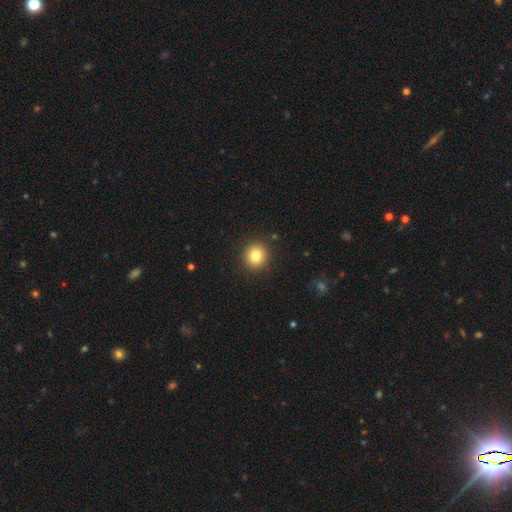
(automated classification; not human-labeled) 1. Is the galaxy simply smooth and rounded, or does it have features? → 82% smooth, 11% star or artifact, 7% featured or disk.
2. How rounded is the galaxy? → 87% round, 12% in between, 1% cigar-shaped.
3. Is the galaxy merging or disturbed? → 90% none, 6% minor disturbance, 2% major disturbance, 1% merger.